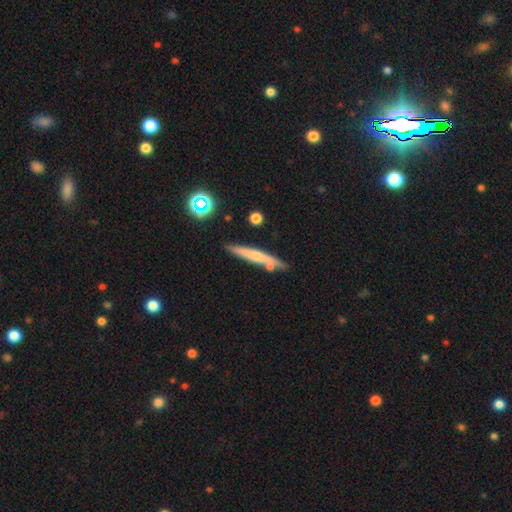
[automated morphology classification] This appears to be a smooth galaxy with no disk features (53%) that is cigar-shaped (94%). Merging: none (77%).